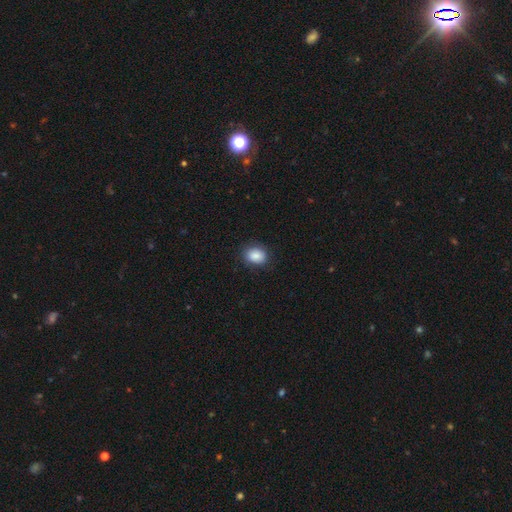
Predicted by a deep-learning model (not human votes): smooth-or-featured: smooth: 87% | star or artifact: 8% | featured or disk: 5%
  how-rounded: in between: 52% | round: 47% | cigar-shaped: 1%
  merging: none: 84% | minor disturbance: 11% | major disturbance: 3% | merger: 1%